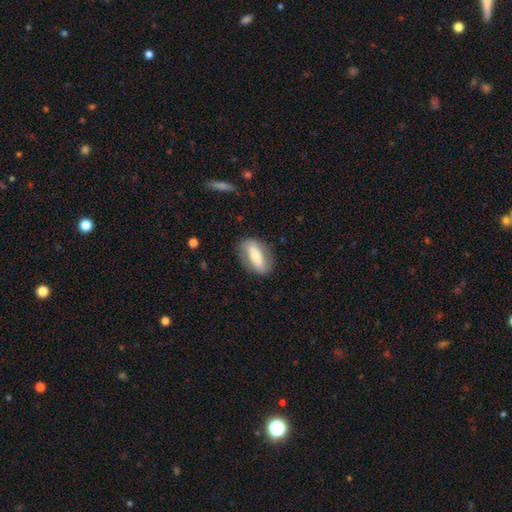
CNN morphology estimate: This is possibly a smooth galaxy (54%). How rounded: clearly in between (81%). Merging: clearly none (80%).